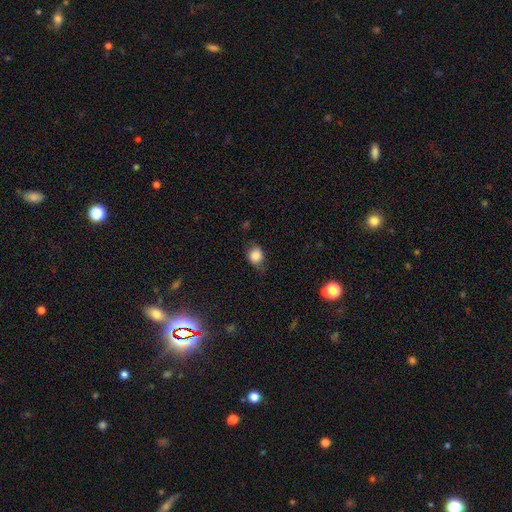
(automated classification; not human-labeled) Smooth or featured?
  - smooth: 83% *
  - star or artifact: 10%
  - featured or disk: 7%
How rounded?
  - round: 63% *
  - in between: 36%
  - cigar-shaped: 1%
Merging?
  - none: 66% *
  - minor disturbance: 26%
  - major disturbance: 7%
  - merger: 1%